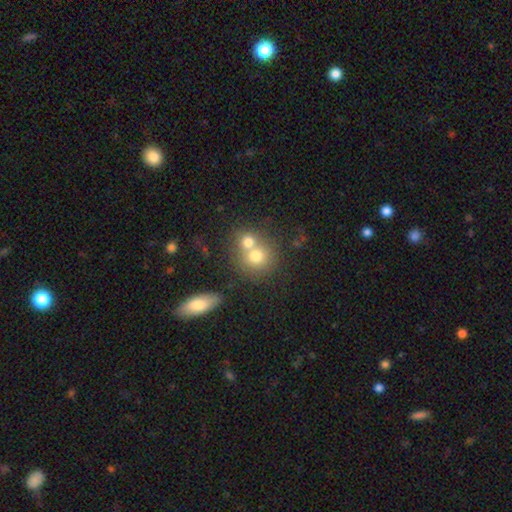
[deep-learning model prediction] Smooth or featured? Predicted: smooth (p=0.71). How rounded? Predicted: round (p=0.80). Merging? Predicted: merger (p=0.56).